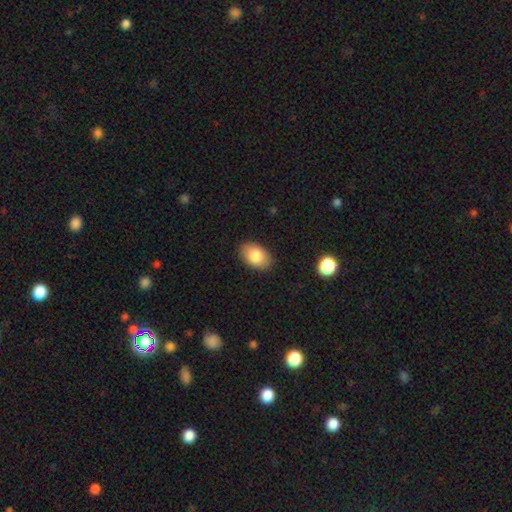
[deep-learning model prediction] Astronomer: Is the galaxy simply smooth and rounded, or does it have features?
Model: smooth — 83%.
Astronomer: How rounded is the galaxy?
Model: in between — 89%.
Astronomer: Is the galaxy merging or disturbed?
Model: none — 88%.